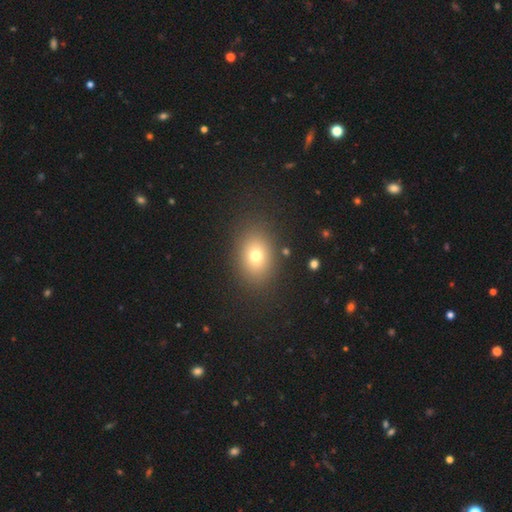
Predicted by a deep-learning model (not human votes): Smooth or featured? Predicted: smooth (p=0.72). How rounded? Predicted: in between (p=0.63). Merging? Predicted: none (p=0.85).